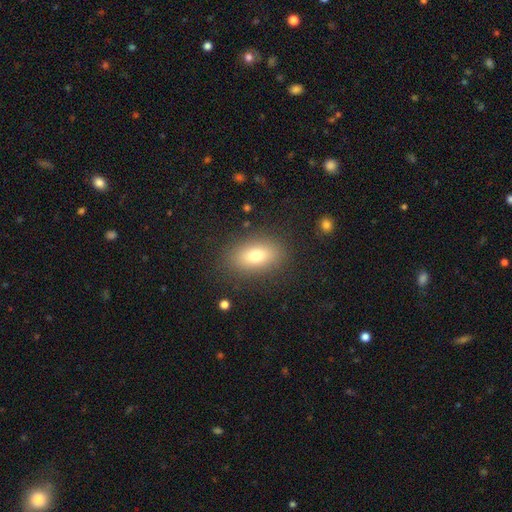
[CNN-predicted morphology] The model was most divided on "smooth or featured": smooth: 75%, featured or disk: 14%, star or artifact: 10%. More confident: merging — none (86%); how rounded — in between (85%).